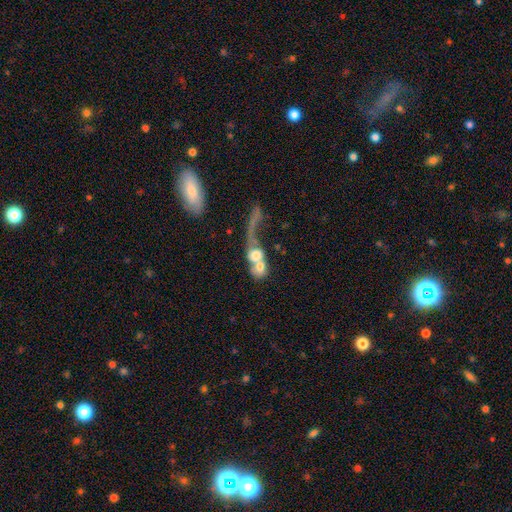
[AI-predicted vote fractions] smooth_or_featured: smooth (p=0.49) [alt: featured or disk p=0.41]
merging: merger (p=0.71) [alt: major disturbance p=0.17]